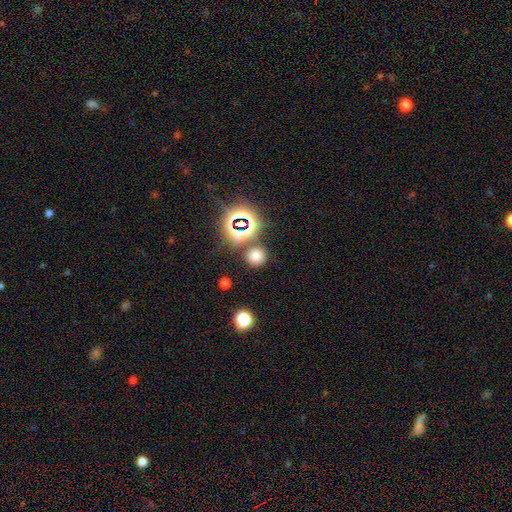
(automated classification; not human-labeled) Smooth or featured?
  - smooth: 67% *
  - star or artifact: 27%
  - featured or disk: 6%
How rounded?
  - round: 90% *
  - in between: 9%
  - cigar-shaped: 1%
Merging?
  - none: 82% *
  - minor disturbance: 7%
  - merger: 7%
  - major disturbance: 3%